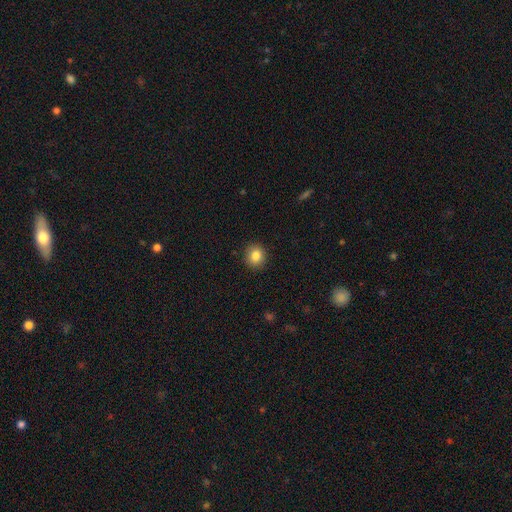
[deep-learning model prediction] Smooth or featured? Predicted: smooth (p=0.85). How rounded? Predicted: round (p=0.85). Merging? Predicted: none (p=0.91).